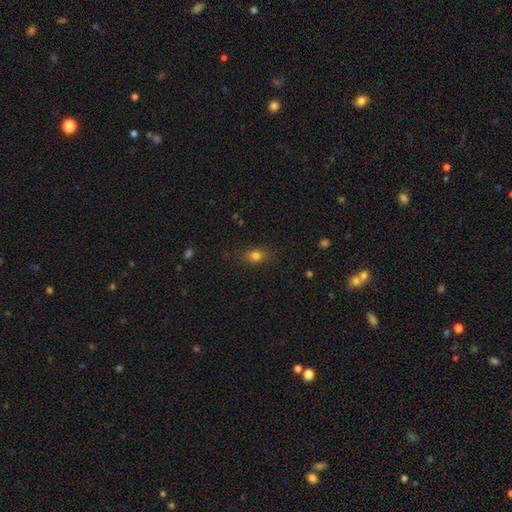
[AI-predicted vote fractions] Overall: smooth (78%). How rounded: in between (67%; round 28%). Merging: none (82%).